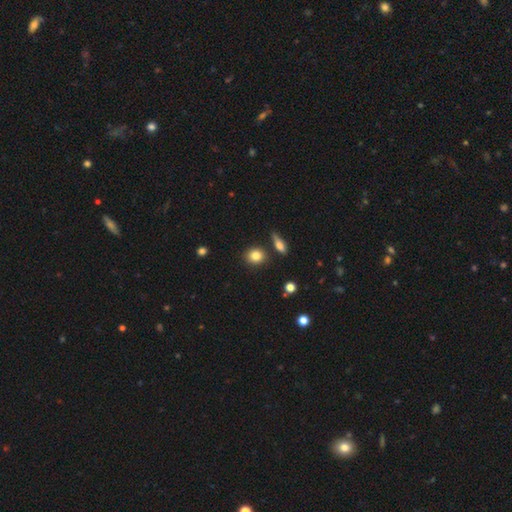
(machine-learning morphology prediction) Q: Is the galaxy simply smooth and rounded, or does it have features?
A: smooth — 83%.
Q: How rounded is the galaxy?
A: round — 72%.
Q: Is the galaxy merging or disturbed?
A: none — 81%.